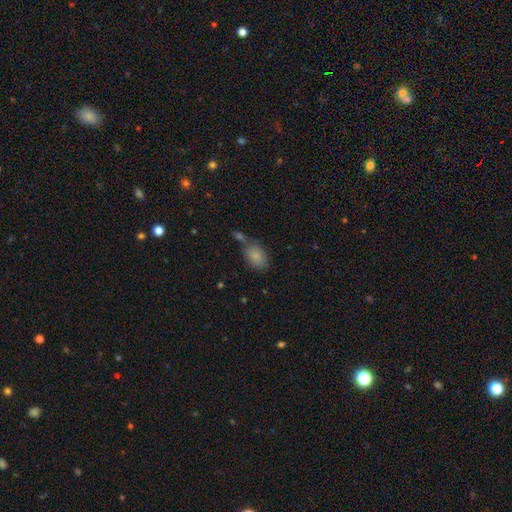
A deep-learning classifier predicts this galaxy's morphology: smooth_or_featured: smooth (p=0.84) [alt: star or artifact p=0.08]
how_rounded: in between (p=0.87) [alt: round p=0.11]
merging: none (p=0.54) [alt: merger p=0.24]